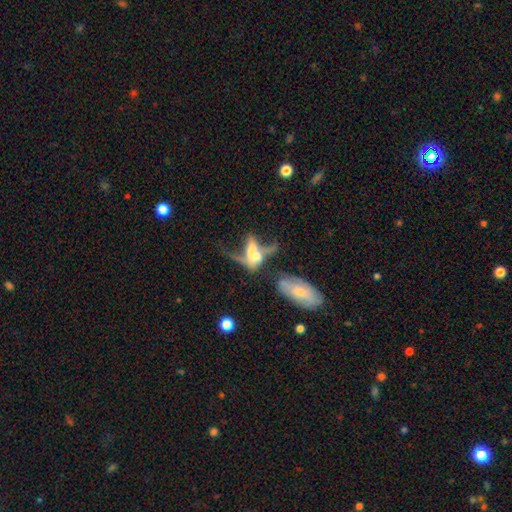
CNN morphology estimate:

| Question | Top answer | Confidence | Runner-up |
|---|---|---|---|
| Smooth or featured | featured or disk | 52% | smooth (36%) |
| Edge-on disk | no | 80% | yes (20%) |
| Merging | merger | 48% | major disturbance (30%) |